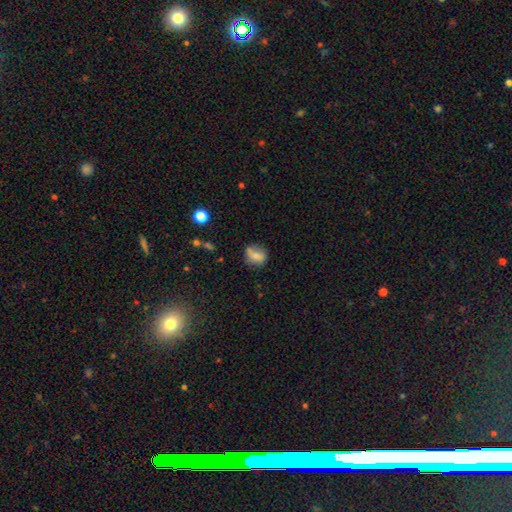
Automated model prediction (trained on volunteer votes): Smooth or featured? smooth (67%)
How rounded? round (67%)
Merging? none (63%)